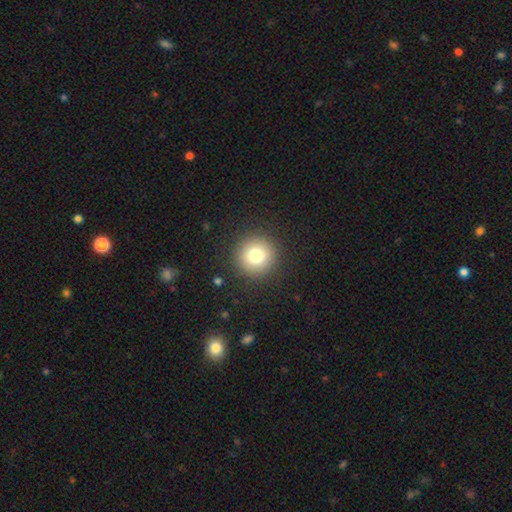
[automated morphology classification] smooth 78%, star or artifact 12%, featured or disk 10%. Down the decision tree: how rounded — round (95%); merging — none (90%).